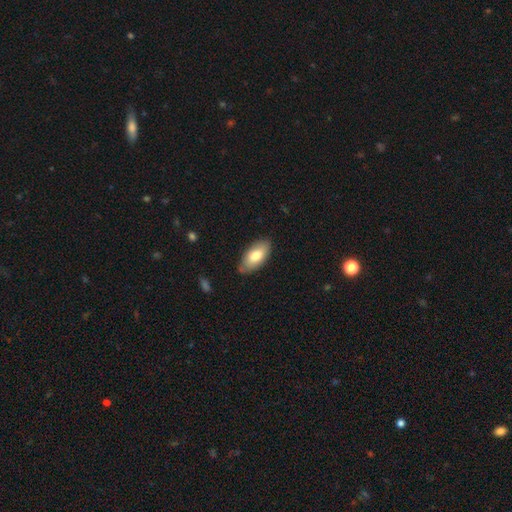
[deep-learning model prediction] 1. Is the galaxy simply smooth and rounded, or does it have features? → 77% smooth, 18% featured or disk, 6% star or artifact.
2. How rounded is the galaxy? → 92% in between, 6% cigar-shaped, 2% round.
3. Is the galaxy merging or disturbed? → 81% none, 15% minor disturbance, 3% major disturbance, 2% merger.